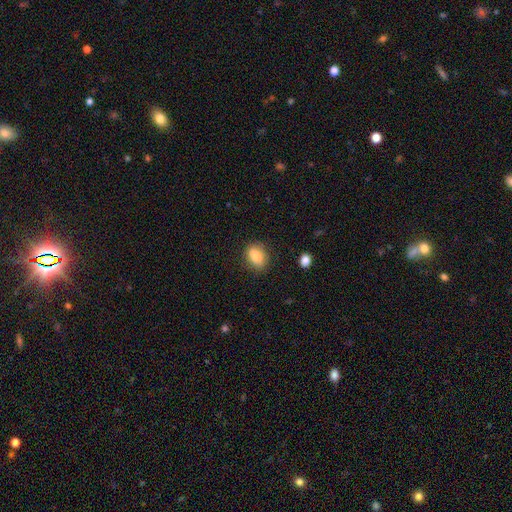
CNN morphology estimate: A smooth galaxy with no disk features (82%) that is in between round and cigar-shaped (68%).

Vote fractions:
- Smooth or featured? smooth: 82% / featured or disk: 9% / star or artifact: 8%
- How rounded? in between: 68% / round: 30% / cigar-shaped: 2%
- Merging? none: 78% / minor disturbance: 16% / major disturbance: 4% / merger: 2%